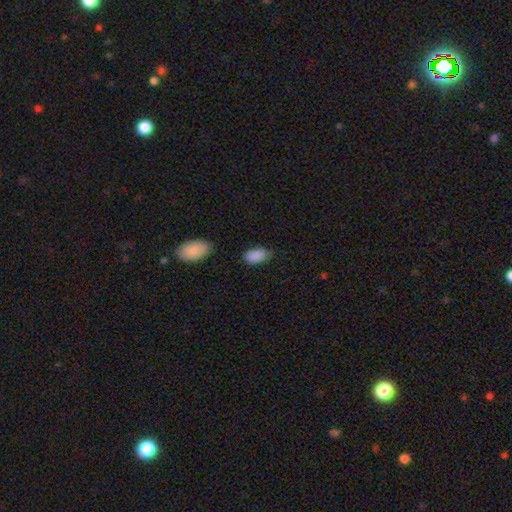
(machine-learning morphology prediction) Overall: smooth (88%). How rounded: in between (94%). Merging: none (70%).